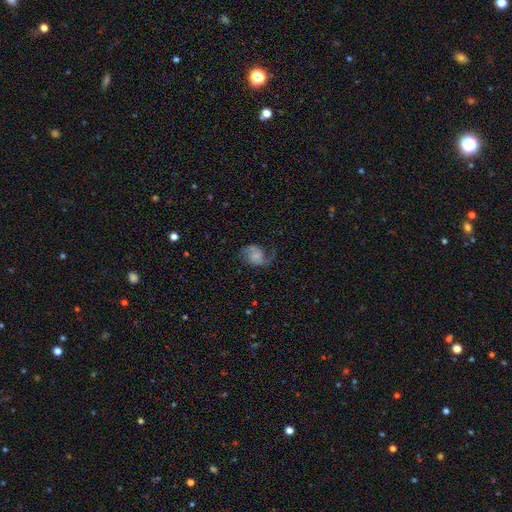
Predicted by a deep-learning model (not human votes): The model was most divided on "bulge size": none: 37%, small: 34%, moderate: 19%, large: 7%, dominant: 3%. More confident: edge-on disk — no (98%); spiral arms — yes (91%); spiral arm count — 2 (77%); smooth or featured — featured or disk (65%); bar — no (59%); spiral winding — loose (56%); merging — none (53%).